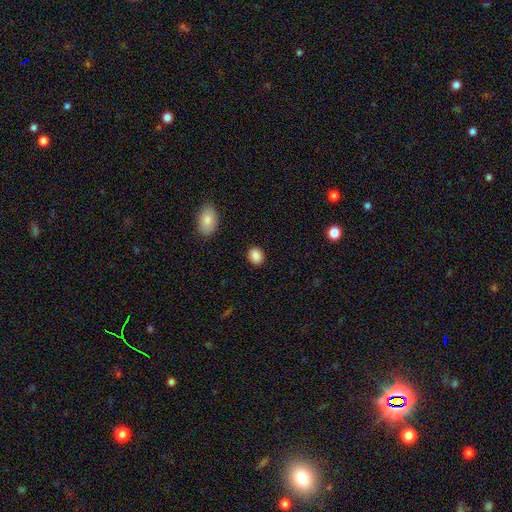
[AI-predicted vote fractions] A smooth galaxy with no disk features (88%) that is in between round and cigar-shaped (54%).

Vote fractions:
- Smooth or featured? smooth: 88% / star or artifact: 8% / featured or disk: 4%
- How rounded? in between: 54% / round: 45% / cigar-shaped: 1%
- Merging? none: 89% / minor disturbance: 7% / major disturbance: 2% / merger: 1%